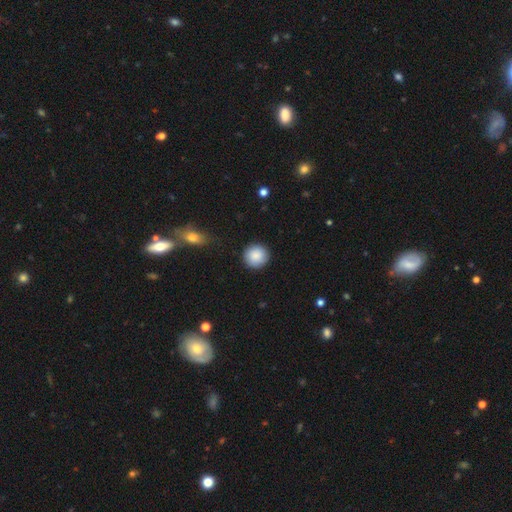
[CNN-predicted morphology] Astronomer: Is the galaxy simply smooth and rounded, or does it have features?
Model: smooth — 89%.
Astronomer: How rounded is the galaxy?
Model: round — 95%.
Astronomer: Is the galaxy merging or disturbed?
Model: none — 90%.